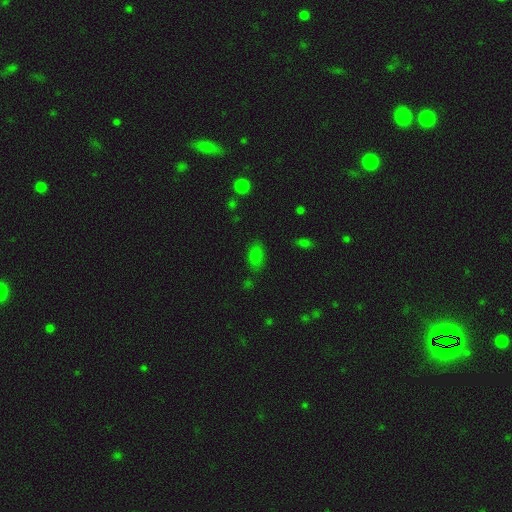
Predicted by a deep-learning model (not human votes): A smooth galaxy with no disk features (78%) that is in between round and cigar-shaped (89%).

Vote fractions:
- Smooth or featured? smooth: 78% / star or artifact: 14% / featured or disk: 7%
- How rounded? in between: 89% / round: 8% / cigar-shaped: 3%
- Merging? none: 77% / minor disturbance: 16% / major disturbance: 4% / merger: 3%